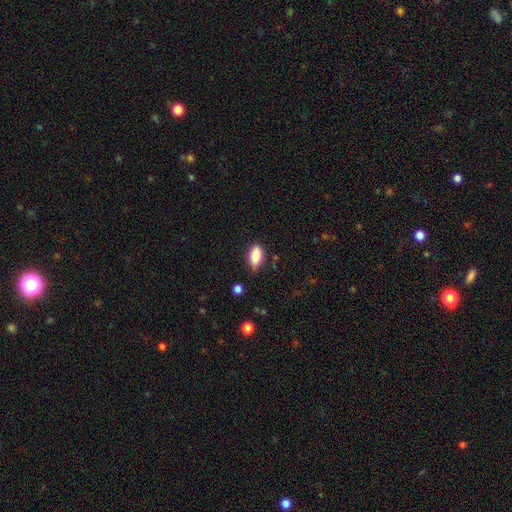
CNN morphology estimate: Q: Smooth or featured?
A: smooth (83%); runner-up: featured or disk (9%)
Q: How rounded?
A: in between (89%); runner-up: cigar-shaped (7%)
Q: Merging?
A: none (75%); runner-up: minor disturbance (20%)